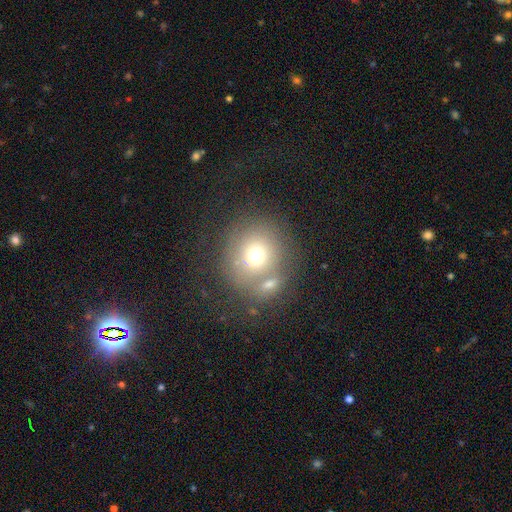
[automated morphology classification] This appears to be a smooth galaxy with no disk features (68%) that is round (88%). Merging: none (56%).